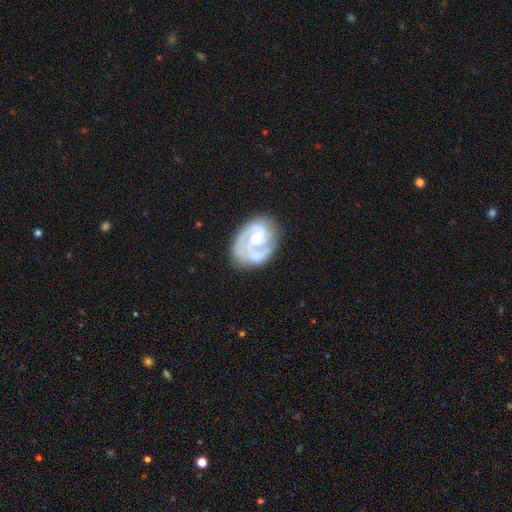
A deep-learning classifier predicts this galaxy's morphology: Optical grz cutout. It shows a featured or disk galaxy (86%) with no bar (49%), 2 (60%) tight (49%) spiral arms (96%) and a moderate central bulge (44%). Merging: none (69%).